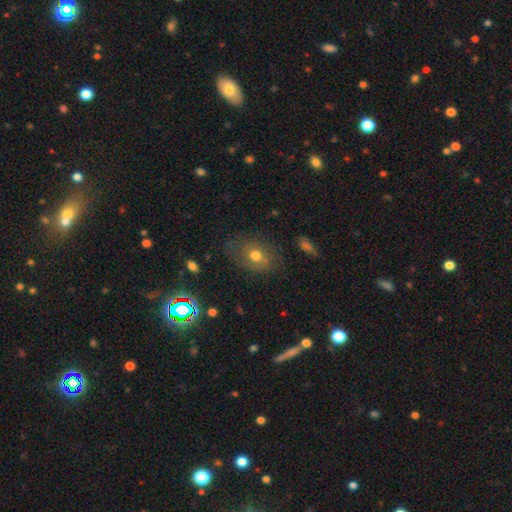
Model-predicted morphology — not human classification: Q: Smooth or featured?
A: smooth (63%); runner-up: featured or disk (26%)
Q: How rounded?
A: in between (63%); runner-up: round (35%)
Q: Merging?
A: none (65%); runner-up: minor disturbance (21%)